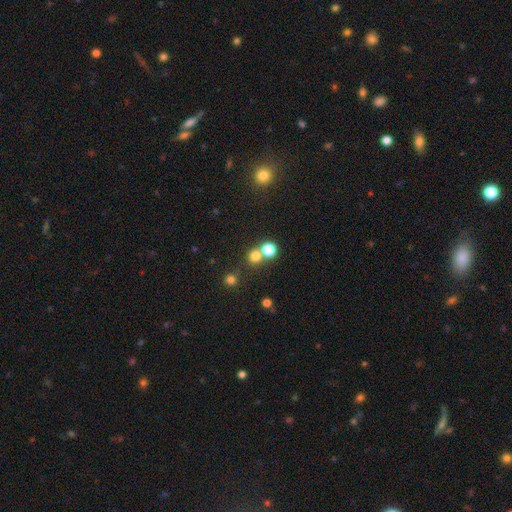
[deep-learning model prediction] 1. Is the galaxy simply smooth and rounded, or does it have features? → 73% smooth, 19% star or artifact, 8% featured or disk.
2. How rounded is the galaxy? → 88% round, 10% in between, 1% cigar-shaped.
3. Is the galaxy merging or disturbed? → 57% none, 34% merger, 6% minor disturbance, 3% major disturbance.